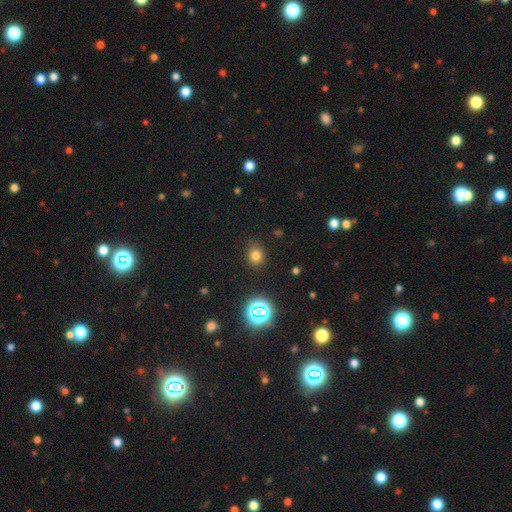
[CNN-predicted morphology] type=smooth (75%); roundness=round (75%); merging=none (81%).